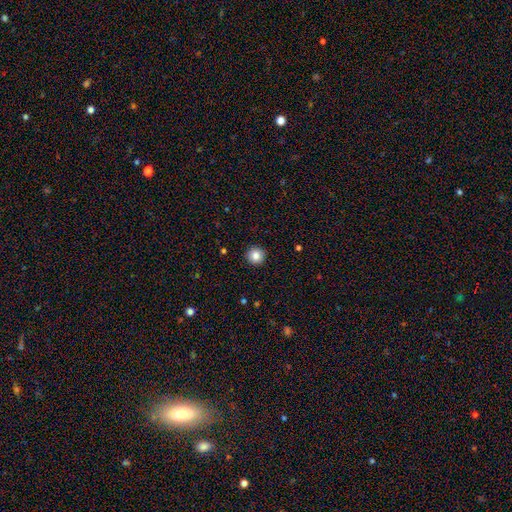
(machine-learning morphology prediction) smooth-or-featured: smooth: 84% | star or artifact: 10% | featured or disk: 6%
  how-rounded: round: 95% | in between: 4% | cigar-shaped: 1%
  merging: none: 93% | minor disturbance: 4% | major disturbance: 2% | merger: 1%